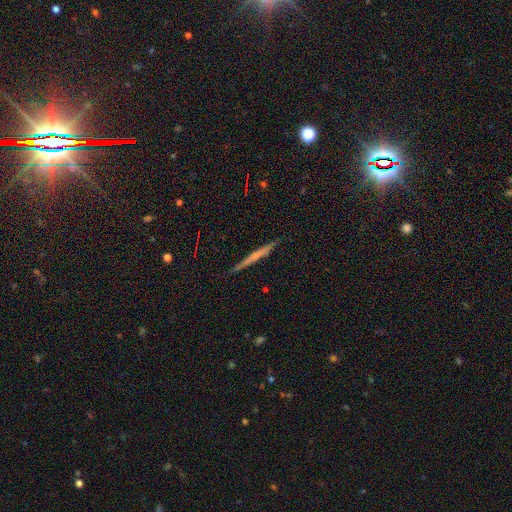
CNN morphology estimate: type=featured or disk (50%); merging=none (90%).